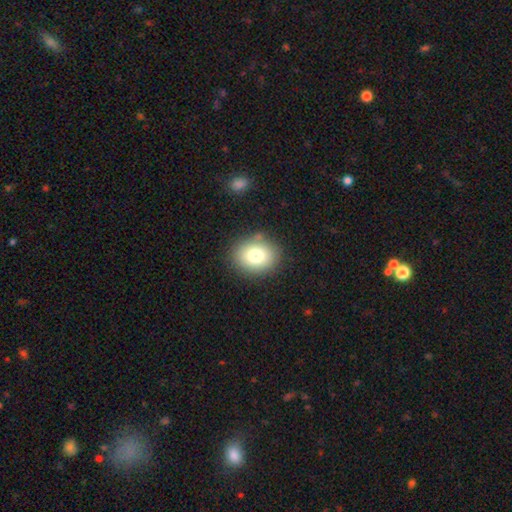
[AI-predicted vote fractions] Smooth or featured?
  - smooth: 78% *
  - featured or disk: 11%
  - star or artifact: 11%
How rounded?
  - round: 56% *
  - in between: 44%
  - cigar-shaped: 1%
Merging?
  - none: 84% *
  - minor disturbance: 10%
  - major disturbance: 3%
  - merger: 2%